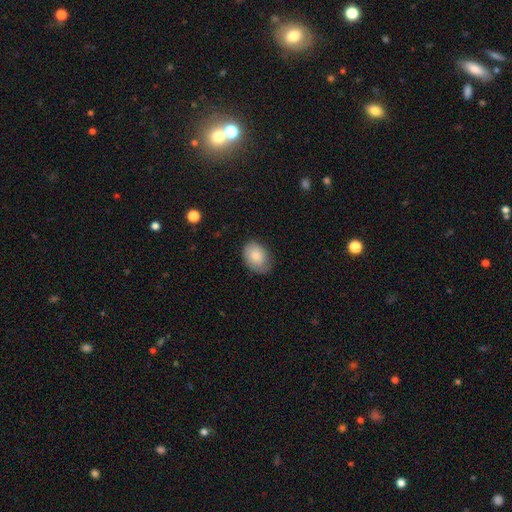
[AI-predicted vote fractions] Q: Smooth or featured?
A: smooth (83%); runner-up: featured or disk (11%)
Q: How rounded?
A: in between (77%); runner-up: round (23%)
Q: Merging?
A: none (69%); runner-up: minor disturbance (25%)